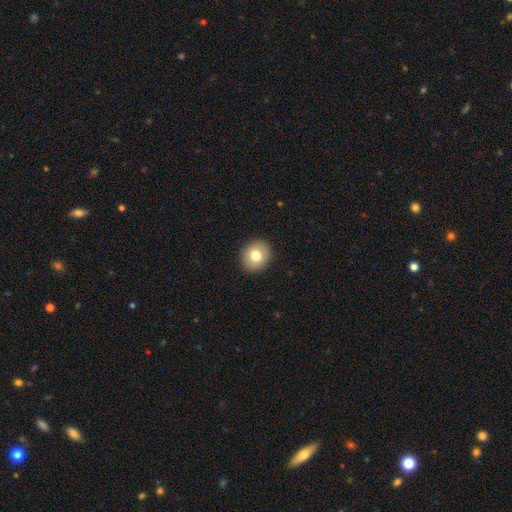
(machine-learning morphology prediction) This is likely a smooth galaxy (77%). How rounded: clearly round (81%). Merging: clearly none (91%).